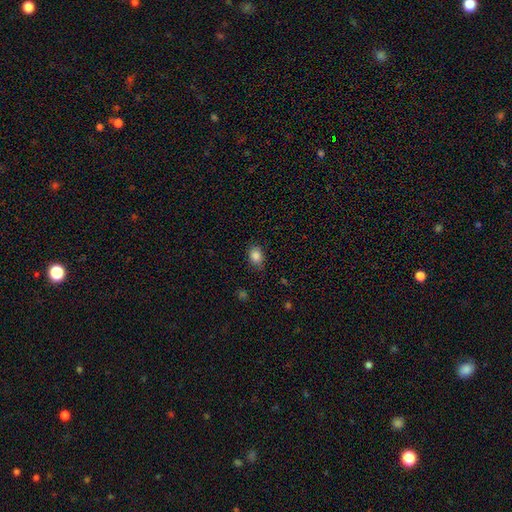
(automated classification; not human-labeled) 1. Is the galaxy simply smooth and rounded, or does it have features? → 86% smooth, 10% star or artifact, 5% featured or disk.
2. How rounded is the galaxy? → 64% in between, 35% round, 1% cigar-shaped.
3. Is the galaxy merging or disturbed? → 80% none, 16% minor disturbance, 3% major disturbance, 1% merger.